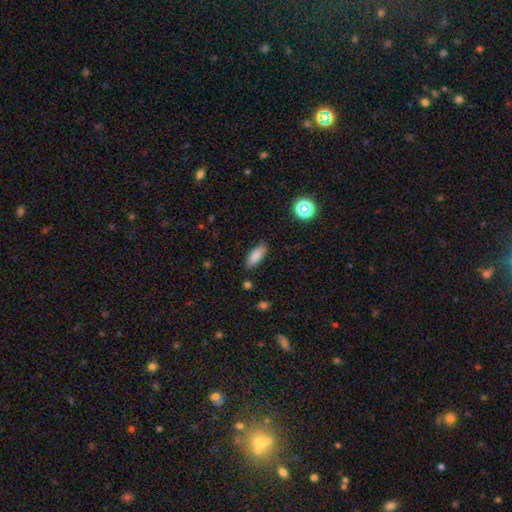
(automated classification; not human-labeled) Smooth or featured? Predicted: smooth (p=0.85). How rounded? Predicted: in between (p=0.74). Merging? Predicted: none (p=0.84).